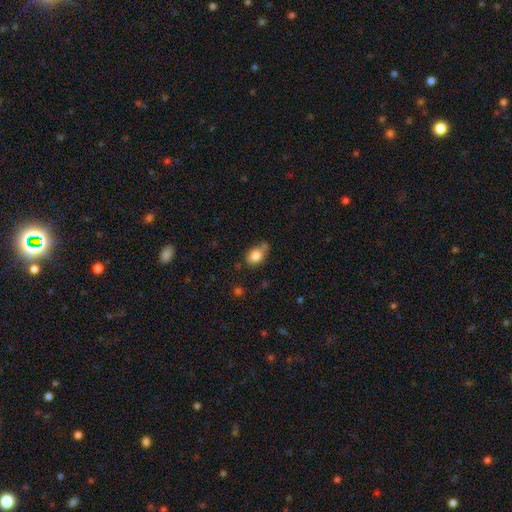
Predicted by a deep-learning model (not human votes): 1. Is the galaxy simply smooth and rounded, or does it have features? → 82% smooth, 9% star or artifact, 9% featured or disk.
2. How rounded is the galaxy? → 68% in between, 30% round, 2% cigar-shaped.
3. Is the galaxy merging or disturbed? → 53% none, 28% minor disturbance, 12% merger, 7% major disturbance.